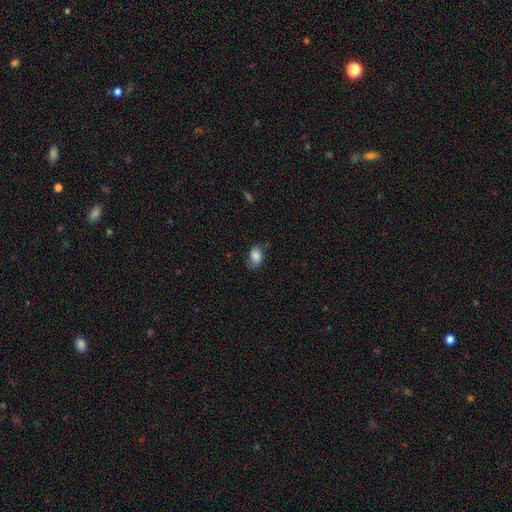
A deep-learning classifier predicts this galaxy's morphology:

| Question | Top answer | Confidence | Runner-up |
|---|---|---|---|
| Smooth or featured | smooth | 78% | featured or disk (14%) |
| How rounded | in between | 80% | round (18%) |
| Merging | none | 60% | minor disturbance (29%) |